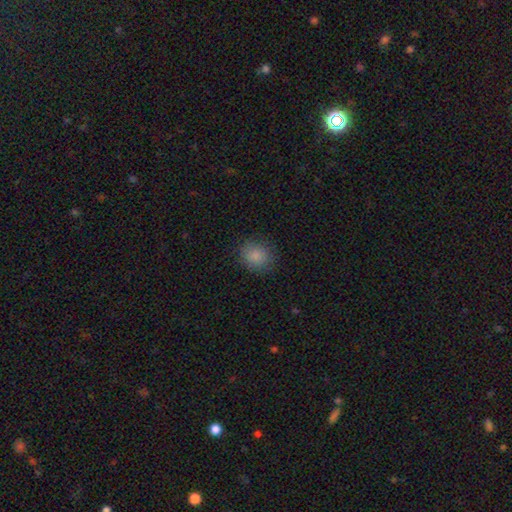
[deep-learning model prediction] Morphology: type=smooth (86%); roundness=round (77%); merging=none (85%).